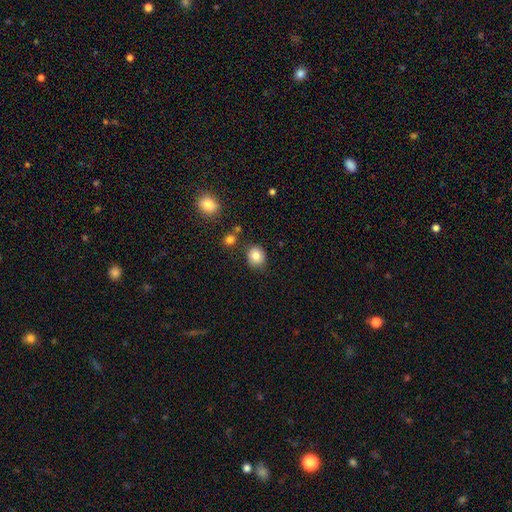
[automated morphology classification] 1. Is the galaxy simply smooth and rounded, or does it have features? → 83% smooth, 10% star or artifact, 7% featured or disk.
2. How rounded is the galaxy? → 74% round, 25% in between, 1% cigar-shaped.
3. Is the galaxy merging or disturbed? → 82% none, 11% minor disturbance, 4% merger, 3% major disturbance.